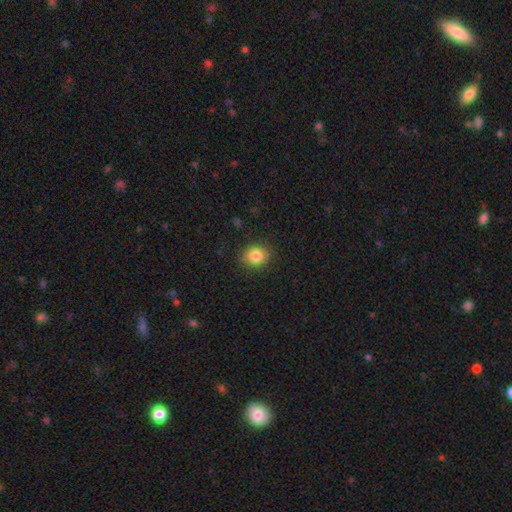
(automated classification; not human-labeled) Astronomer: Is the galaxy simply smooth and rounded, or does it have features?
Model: smooth — 85%.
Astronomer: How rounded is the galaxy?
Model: round — 71%.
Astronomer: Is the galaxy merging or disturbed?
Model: none — 87%.